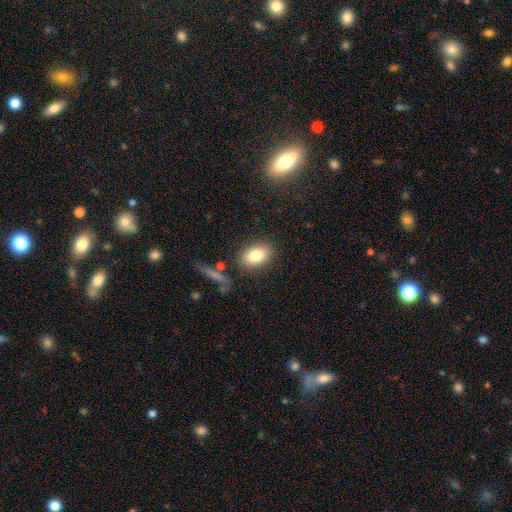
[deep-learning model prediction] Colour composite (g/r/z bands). It shows a smooth galaxy with no disk features (79%) that is in between round and cigar-shaped (80%). Merging: none (82%).